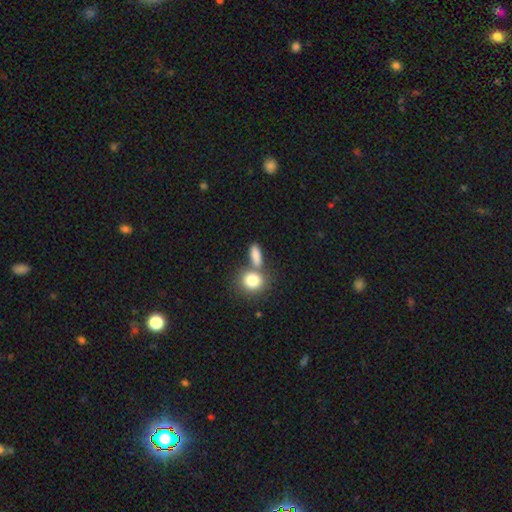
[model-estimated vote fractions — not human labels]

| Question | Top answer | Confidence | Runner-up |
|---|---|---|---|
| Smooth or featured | smooth | 84% | star or artifact (9%) |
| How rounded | in between | 58% | round (27%) |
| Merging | none | 55% | merger (29%) |